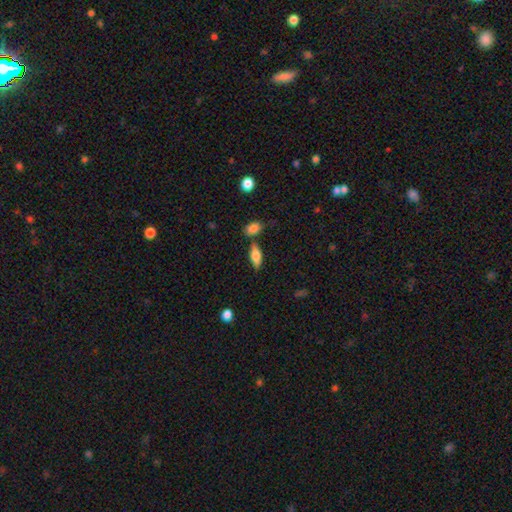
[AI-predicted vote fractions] Smooth or featured?
  - smooth: 74% *
  - featured or disk: 19%
  - star or artifact: 7%
How rounded?
  - in between: 74% *
  - cigar-shaped: 23%
  - round: 3%
Merging?
  - none: 71% *
  - minor disturbance: 13%
  - merger: 13%
  - major disturbance: 3%